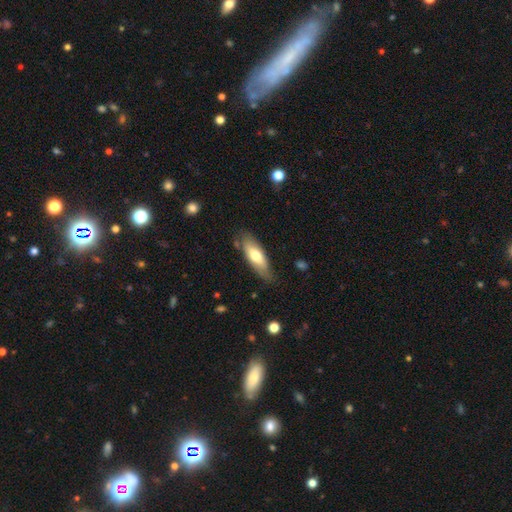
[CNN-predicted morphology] A smooth galaxy with no disk features (63%) that is in between round and cigar-shaped (62%).

Vote fractions:
- Smooth or featured? smooth: 63% / featured or disk: 32% / star or artifact: 6%
- How rounded? in between: 62% / cigar-shaped: 36% / round: 2%
- Merging? none: 74% / minor disturbance: 20% / major disturbance: 4% / merger: 2%